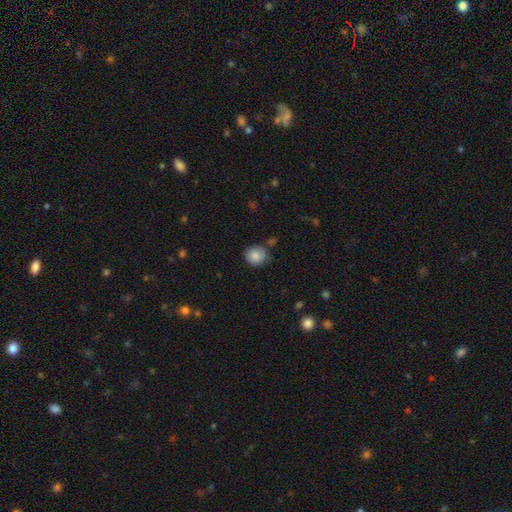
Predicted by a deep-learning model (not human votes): Overall: smooth (85%). How rounded: round (84%). Merging: none (75%).